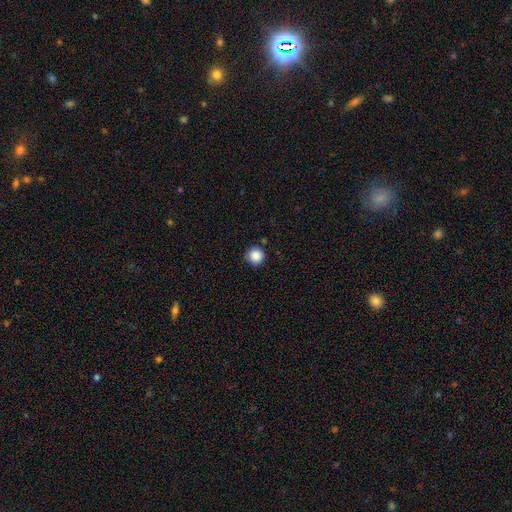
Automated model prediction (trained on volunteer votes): This appears to be a smooth galaxy with no disk features (88%) that is round (96%). Merging: none (88%).